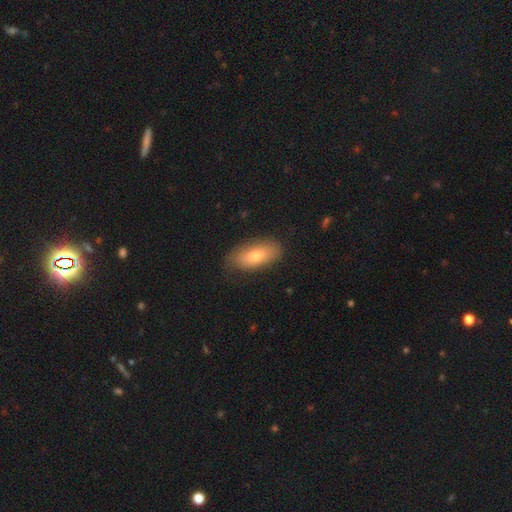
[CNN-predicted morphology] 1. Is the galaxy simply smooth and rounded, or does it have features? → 72% smooth, 22% featured or disk, 7% star or artifact.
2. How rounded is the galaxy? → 87% in between, 10% cigar-shaped, 3% round.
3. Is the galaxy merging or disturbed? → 78% none, 17% minor disturbance, 4% major disturbance, 1% merger.